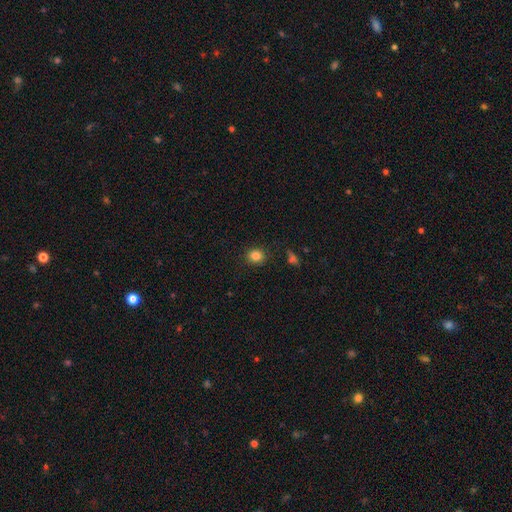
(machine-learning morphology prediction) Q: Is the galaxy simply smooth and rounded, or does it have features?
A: smooth — 84%.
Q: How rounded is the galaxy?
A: round — 78%.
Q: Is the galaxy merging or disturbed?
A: none — 88%.